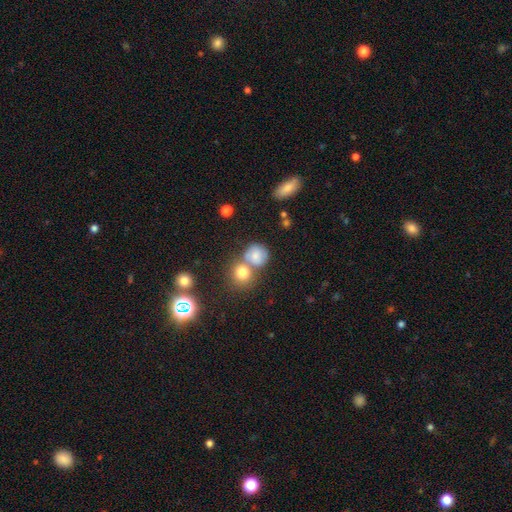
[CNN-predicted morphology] Q: Smooth or featured?
A: smooth (76%); runner-up: featured or disk (13%)
Q: How rounded?
A: round (83%); runner-up: in between (16%)
Q: Merging?
A: none (44%); runner-up: merger (39%)